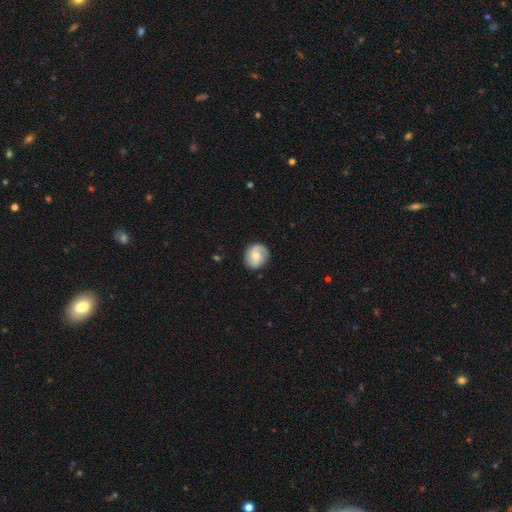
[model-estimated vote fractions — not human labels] Overall: smooth (48%; featured or disk 45%). Merging: none (81%).